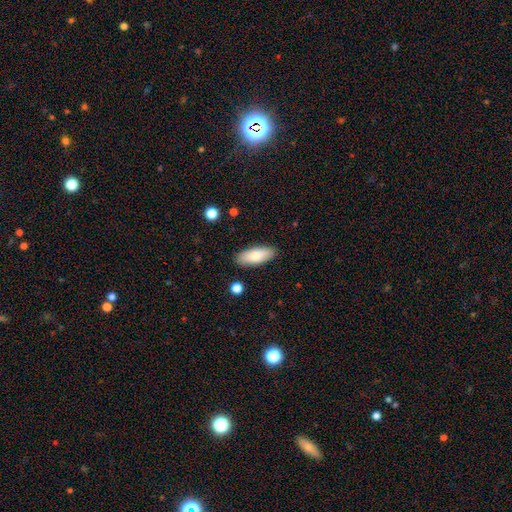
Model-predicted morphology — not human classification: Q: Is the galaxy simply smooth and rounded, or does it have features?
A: smooth — 81%.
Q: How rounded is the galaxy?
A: in between — 77%.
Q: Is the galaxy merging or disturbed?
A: none — 88%.